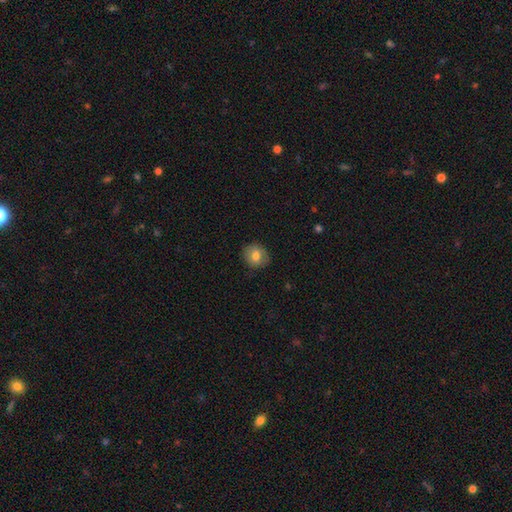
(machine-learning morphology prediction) Q: Smooth or featured?
A: smooth (76%); runner-up: featured or disk (15%)
Q: How rounded?
A: round (76%); runner-up: in between (23%)
Q: Merging?
A: none (84%); runner-up: minor disturbance (12%)